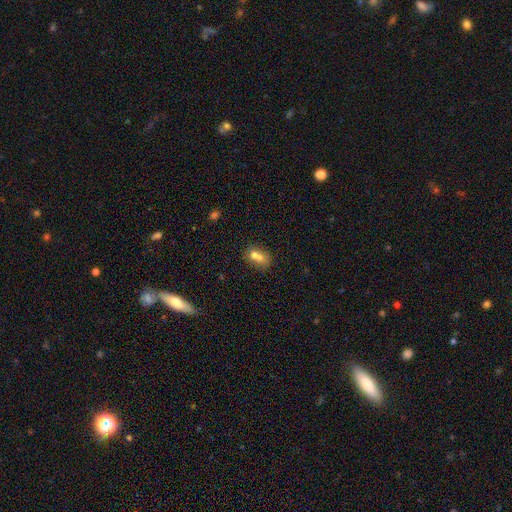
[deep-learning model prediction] Smooth or featured? Predicted: smooth (p=0.66). How rounded? Predicted: round (p=0.49, tied with in between). Merging? Predicted: merger (p=0.60).